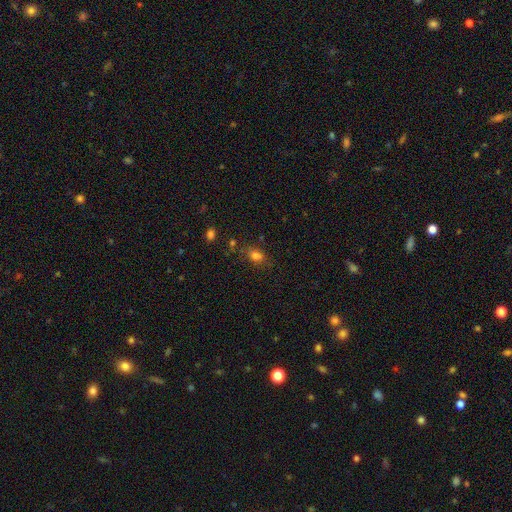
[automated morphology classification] A smooth galaxy with no disk features (76%) that is in between round and cigar-shaped (74%).

Vote fractions:
- Smooth or featured? smooth: 76% / star or artifact: 16% / featured or disk: 8%
- How rounded? in between: 74% / round: 24% / cigar-shaped: 3%
- Merging? none: 70% / minor disturbance: 17% / major disturbance: 7% / merger: 6%